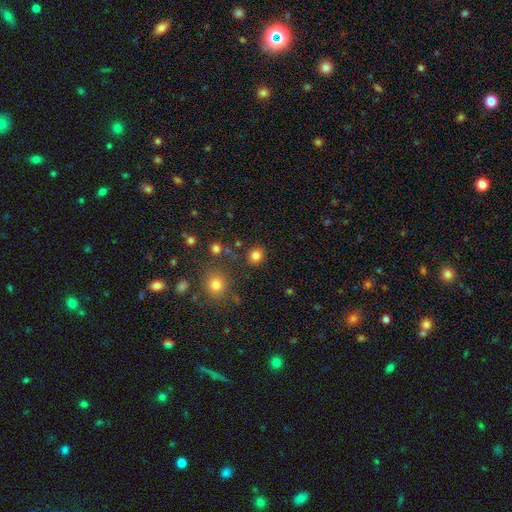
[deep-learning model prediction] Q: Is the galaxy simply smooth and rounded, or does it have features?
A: smooth — 82%.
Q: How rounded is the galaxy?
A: round — 83%.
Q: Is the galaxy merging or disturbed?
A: none — 86%.